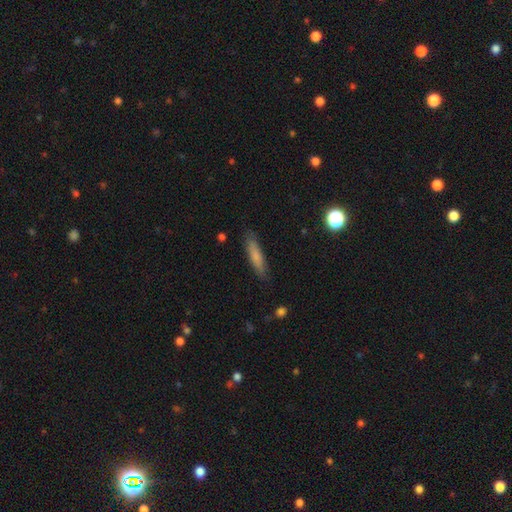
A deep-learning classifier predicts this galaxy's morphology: The model was most divided on "smooth or featured": smooth: 76%, featured or disk: 17%, star or artifact: 7%. More confident: merging — none (85%); how rounded — cigar-shaped (81%).